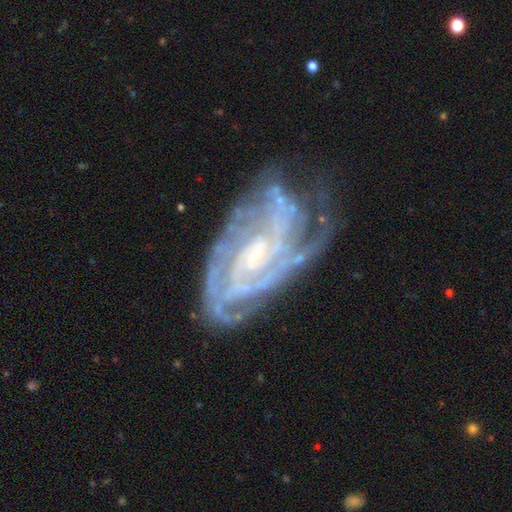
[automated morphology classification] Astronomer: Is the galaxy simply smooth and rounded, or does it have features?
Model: featured or disk — 90%.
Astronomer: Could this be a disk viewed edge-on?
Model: no — 96%.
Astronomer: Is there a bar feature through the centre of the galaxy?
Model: no — 51% (runner-up: weak, 36%).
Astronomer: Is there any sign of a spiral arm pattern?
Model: yes — 97%.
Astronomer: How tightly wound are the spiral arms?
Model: tight — 67%.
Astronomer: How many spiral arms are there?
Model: can't tell — 25% (runner-up: 3, 24%).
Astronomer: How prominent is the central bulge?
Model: small — 73%.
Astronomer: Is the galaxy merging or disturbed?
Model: none — 62%.